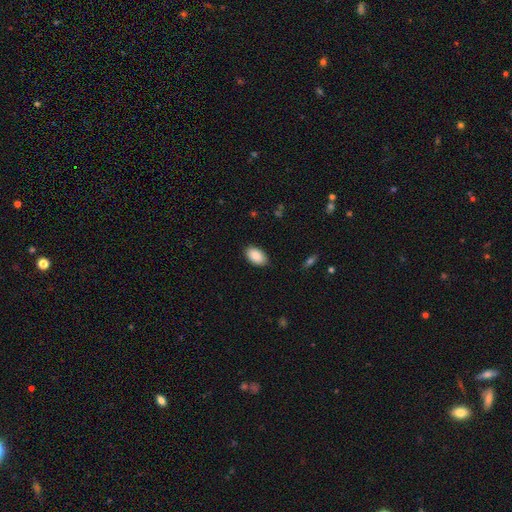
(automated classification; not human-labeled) The model was most divided on "merging": none: 86%, minor disturbance: 11%, major disturbance: 2%, merger: 1%. More confident: how rounded — in between (94%); smooth or featured — smooth (90%).